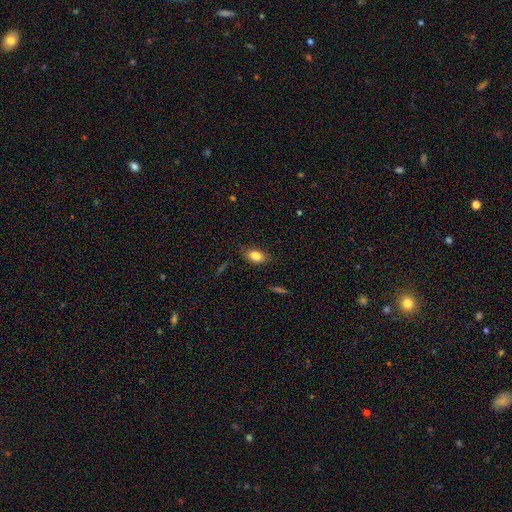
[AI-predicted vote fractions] smooth 81%, featured or disk 10%, star or artifact 9%. Down the decision tree: how rounded — in between (85%); merging — none (79%).